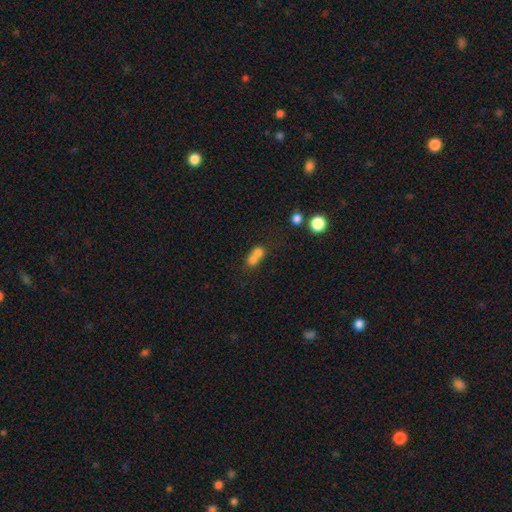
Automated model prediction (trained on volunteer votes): Smooth or featured? smooth (70%)
How rounded? round (66%)
Merging? merger (69%)